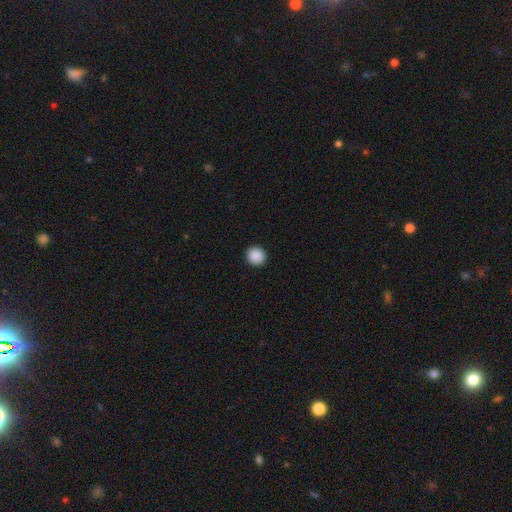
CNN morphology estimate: type=smooth (89%); roundness=round (92%); merging=none (93%).